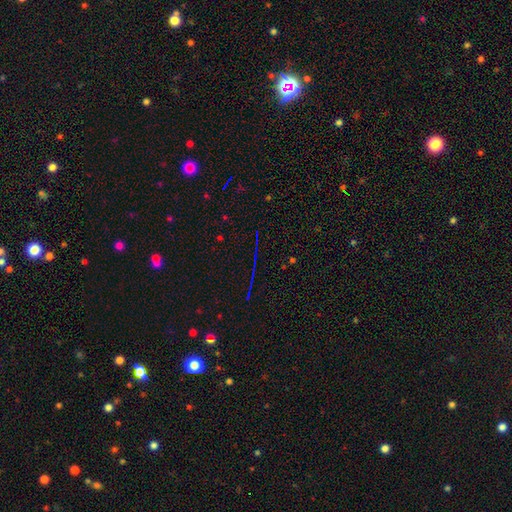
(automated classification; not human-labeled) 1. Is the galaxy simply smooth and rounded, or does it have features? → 75% star or artifact, 14% featured or disk, 12% smooth.